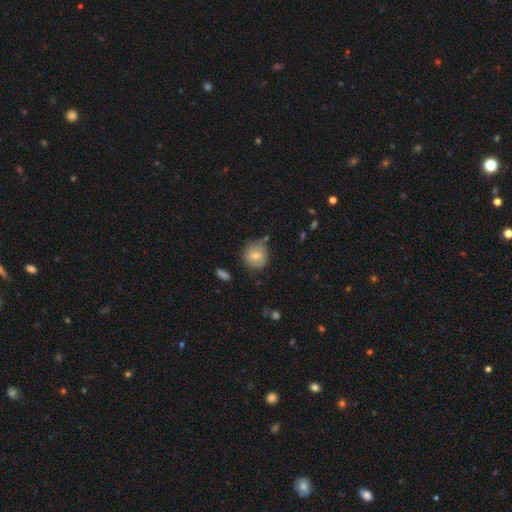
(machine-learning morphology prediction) This appears to be a smooth galaxy with no disk features (68%) that is round (84%). Merging: none (66%).